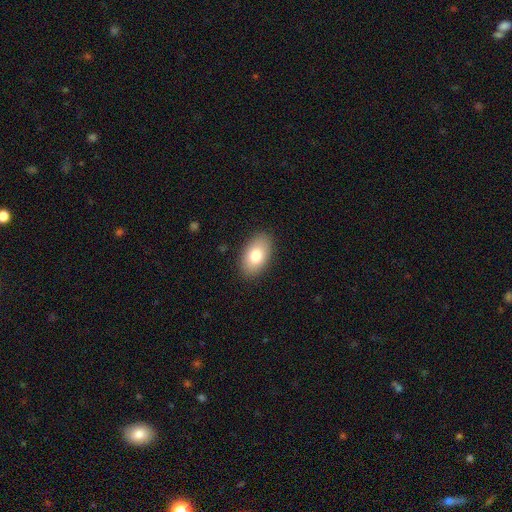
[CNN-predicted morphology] Overall: smooth (78%). How rounded: in between (93%). Merging: none (88%).